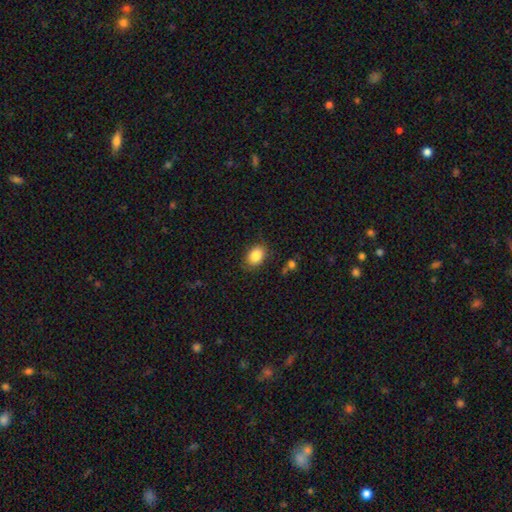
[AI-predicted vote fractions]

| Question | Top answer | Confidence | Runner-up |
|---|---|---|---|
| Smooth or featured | smooth | 85% | star or artifact (8%) |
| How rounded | in between | 74% | round (25%) |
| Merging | none | 83% | minor disturbance (12%) |